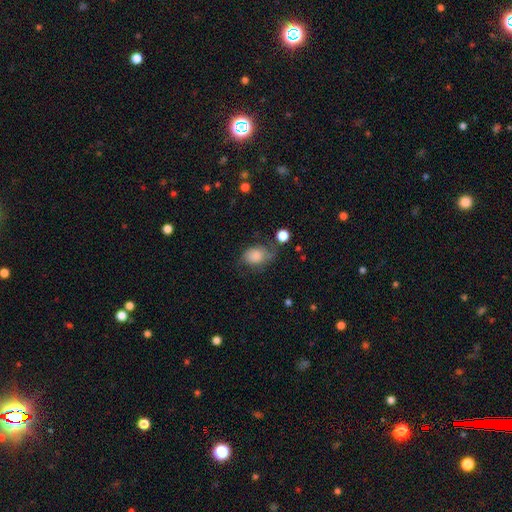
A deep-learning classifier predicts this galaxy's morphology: This appears to be a smooth galaxy with no disk features (69%) that is in between round and cigar-shaped (74%). Merging: none (41%).